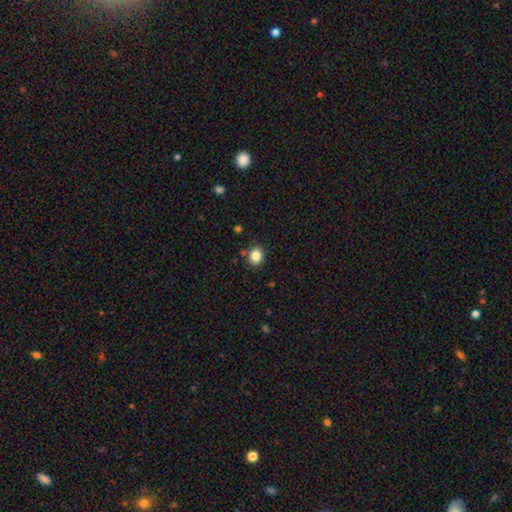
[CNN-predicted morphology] smooth 86%, star or artifact 10%, featured or disk 4%. Down the decision tree: how rounded — round (67%); merging — none (84%).